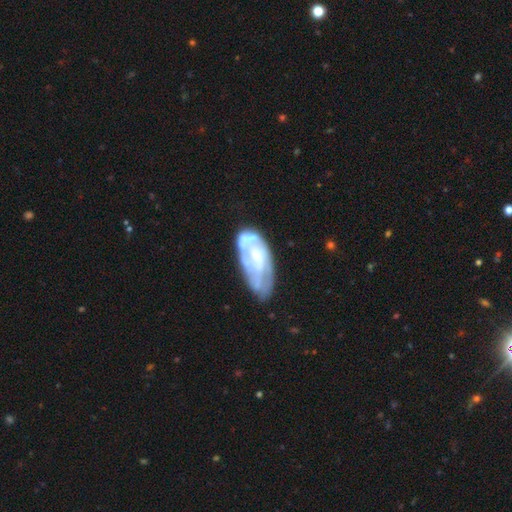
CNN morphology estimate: A featured or disk galaxy (74%) with no bar (67%), spiral arms (71%) and a small central bulge (52%). Merging: none (49%).